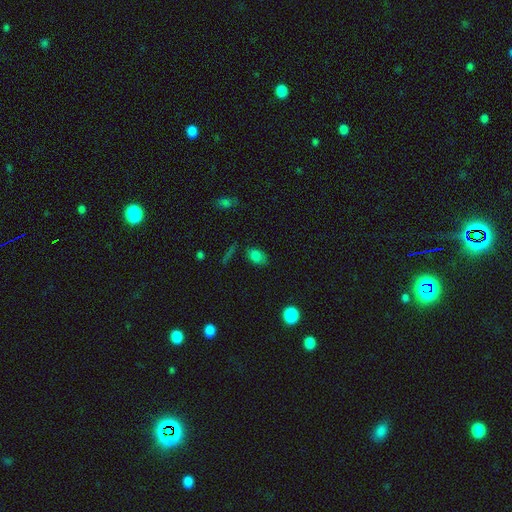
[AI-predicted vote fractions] Smooth or featured? smooth (78%)
How rounded? in between (81%)
Merging? none (71%)